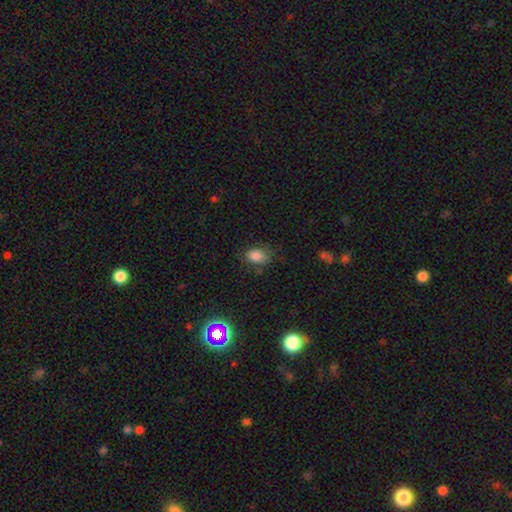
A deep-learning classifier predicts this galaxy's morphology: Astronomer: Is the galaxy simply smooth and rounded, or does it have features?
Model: smooth — 81%.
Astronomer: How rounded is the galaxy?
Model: in between — 70%.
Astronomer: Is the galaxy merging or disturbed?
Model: none — 67%.